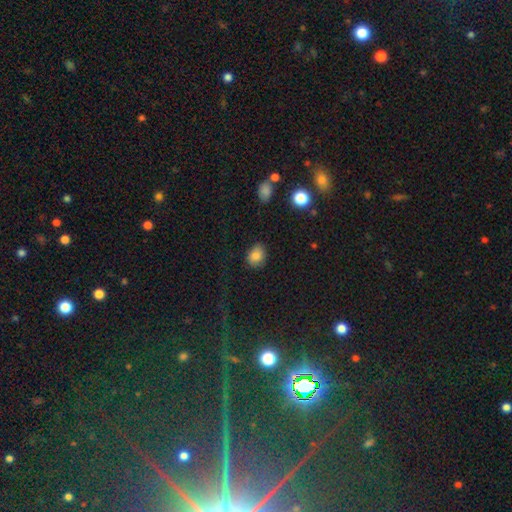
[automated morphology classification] type=smooth (82%); roundness=in between (52%); merging=none (81%).